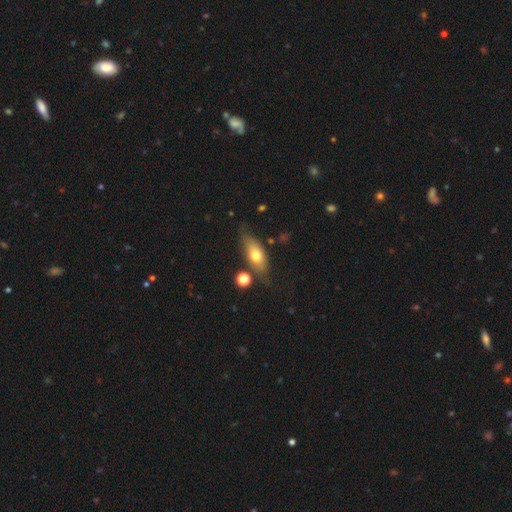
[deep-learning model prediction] Smooth or featured: smooth — 66% (featured or disk — 27%)
How rounded: in between — 77% (cigar-shaped — 18%)
Merging: none — 69% (minor disturbance — 20%)